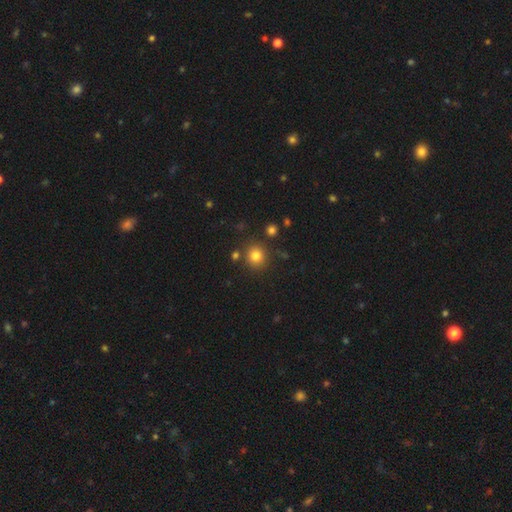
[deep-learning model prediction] This appears to be a smooth galaxy with no disk features (81%) that is round (90%). Merging: none (84%).